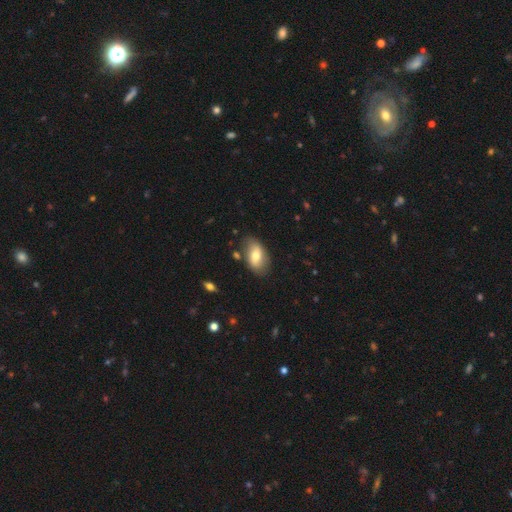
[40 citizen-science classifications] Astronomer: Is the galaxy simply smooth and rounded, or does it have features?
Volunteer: smooth — 52% (runner-up: featured or disk, 42%).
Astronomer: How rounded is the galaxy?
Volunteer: in between — 95%.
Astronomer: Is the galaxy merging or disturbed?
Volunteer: none — 74%.